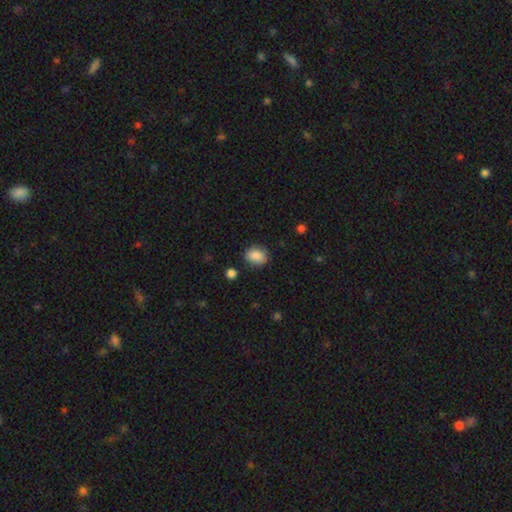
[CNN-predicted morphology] Q: Smooth or featured?
A: smooth (87%); runner-up: star or artifact (8%)
Q: How rounded?
A: in between (59%); runner-up: round (40%)
Q: Merging?
A: none (79%); runner-up: minor disturbance (16%)